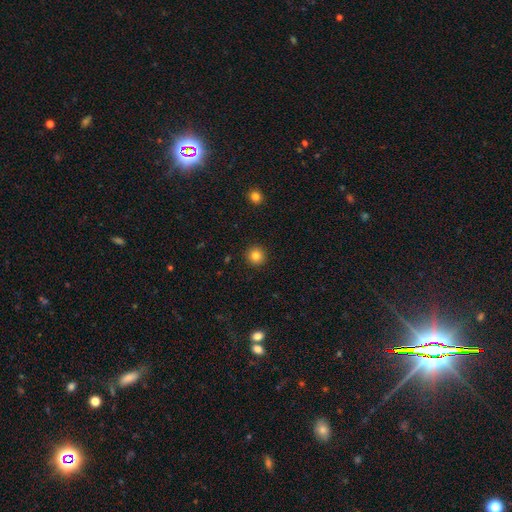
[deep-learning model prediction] A smooth galaxy with no disk features (83%) that is round (94%).

Vote fractions:
- Smooth or featured? smooth: 83% / star or artifact: 11% / featured or disk: 6%
- How rounded? round: 94% / in between: 5% / cigar-shaped: 1%
- Merging? none: 92% / minor disturbance: 5% / major disturbance: 2% / merger: 1%